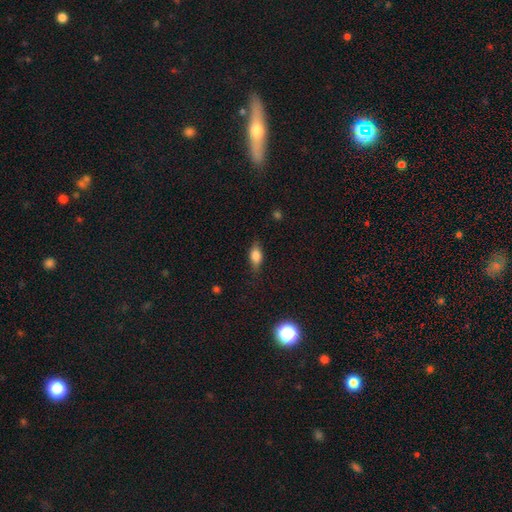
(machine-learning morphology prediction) The model was most divided on "smooth or featured": smooth: 73%, featured or disk: 18%, star or artifact: 9%. More confident: how rounded — in between (78%); merging — none (76%).